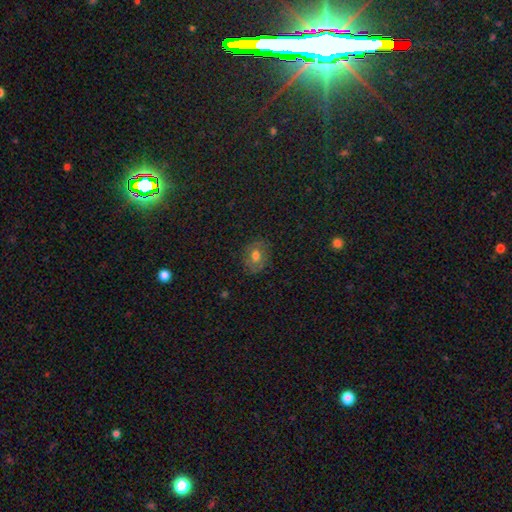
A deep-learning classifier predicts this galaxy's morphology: smooth 60%, featured or disk 26%, star or artifact 14%. Down the decision tree: how rounded — in between (51%); merging — none (79%).